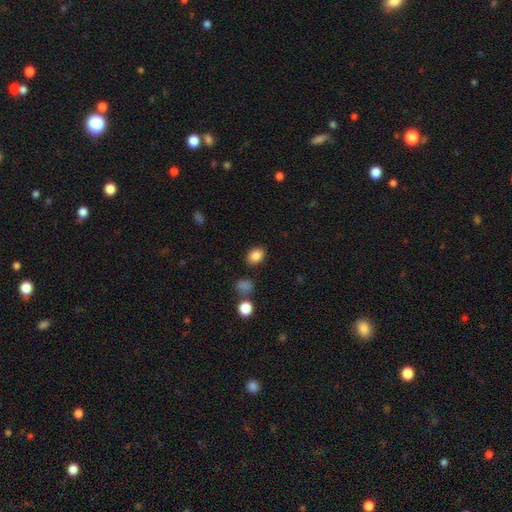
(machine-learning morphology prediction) Smooth or featured: smooth — 85% (star or artifact — 10%)
How rounded: in between — 67% (round — 32%)
Merging: none — 83% (minor disturbance — 10%)